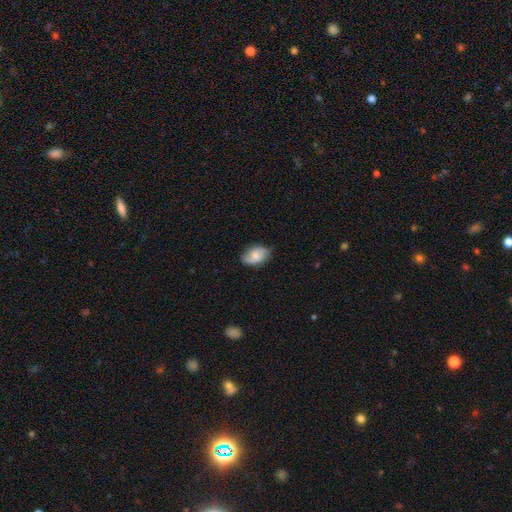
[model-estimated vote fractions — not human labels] Smooth or featured?
  - smooth: 60% *
  - featured or disk: 33%
  - star or artifact: 8%
How rounded?
  - in between: 86% *
  - round: 12%
  - cigar-shaped: 2%
Merging?
  - none: 73% *
  - minor disturbance: 21%
  - major disturbance: 4%
  - merger: 1%